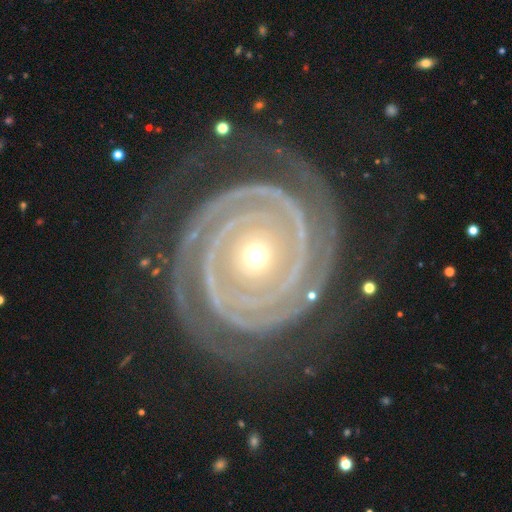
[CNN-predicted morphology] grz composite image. It shows a featured or disk galaxy (92%) with no bar (78%), 2 (68%) tight (91%) spiral arms (99%) and a small central bulge (54%). Merging: none (80%).